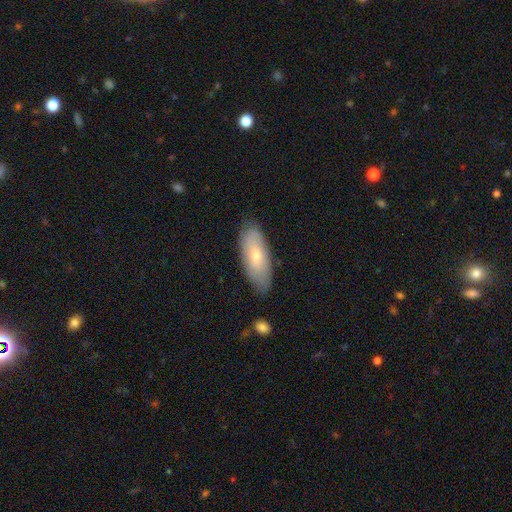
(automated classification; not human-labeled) Smooth or featured? smooth (61%)
How rounded? in between (76%)
Merging? none (79%)